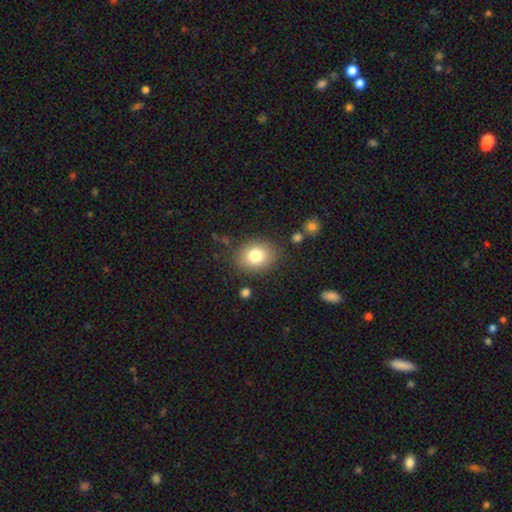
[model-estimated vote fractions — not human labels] A smooth galaxy with no disk features (79%) that is round (58%). Merging: none (84%).